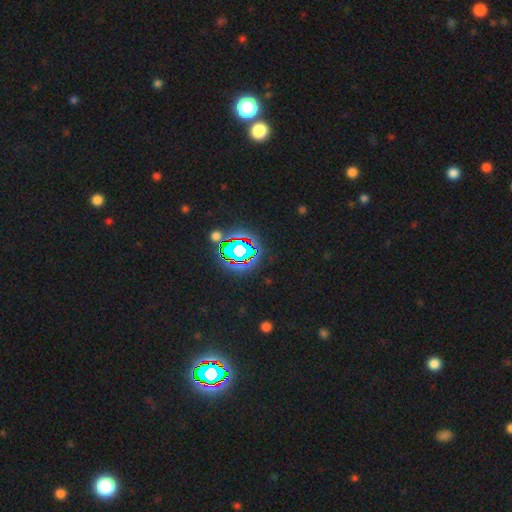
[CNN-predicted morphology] A star or artifact, not a galaxy (82%).